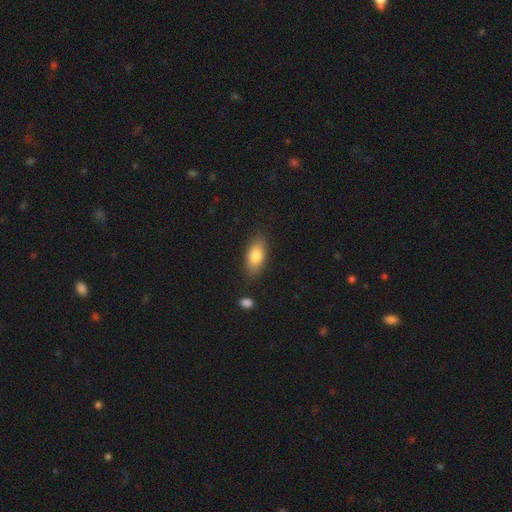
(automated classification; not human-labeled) This is clearly a smooth galaxy (80%). How rounded: clearly in between (87%). Merging: clearly none (82%).